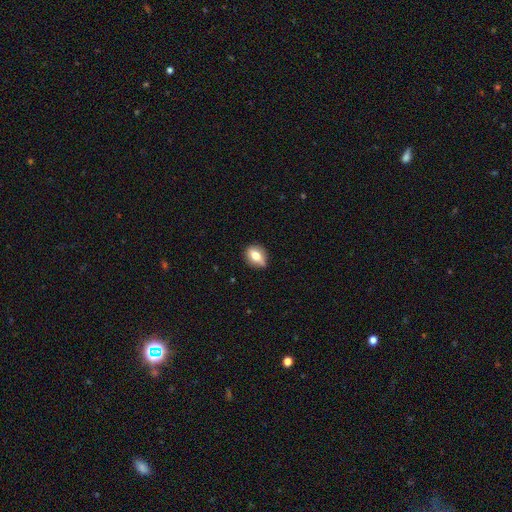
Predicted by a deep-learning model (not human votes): A smooth galaxy with no disk features (67%) that is in between round and cigar-shaped (62%).

Vote fractions:
- Smooth or featured? smooth: 67% / featured or disk: 24% / star or artifact: 9%
- How rounded? in between: 62% / round: 34% / cigar-shaped: 3%
- Merging? none: 72% / minor disturbance: 21% / major disturbance: 4% / merger: 2%